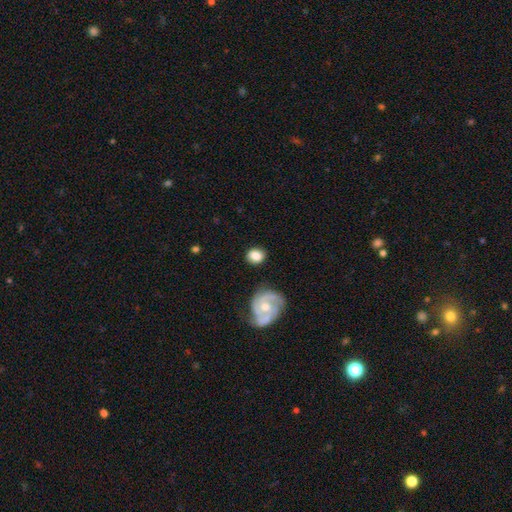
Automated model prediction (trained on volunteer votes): smooth-or-featured: smooth: 79% | featured or disk: 14% | star or artifact: 7%
  how-rounded: round: 62% | in between: 37% | cigar-shaped: 1%
  merging: none: 78% | minor disturbance: 14% | major disturbance: 5% | merger: 4%